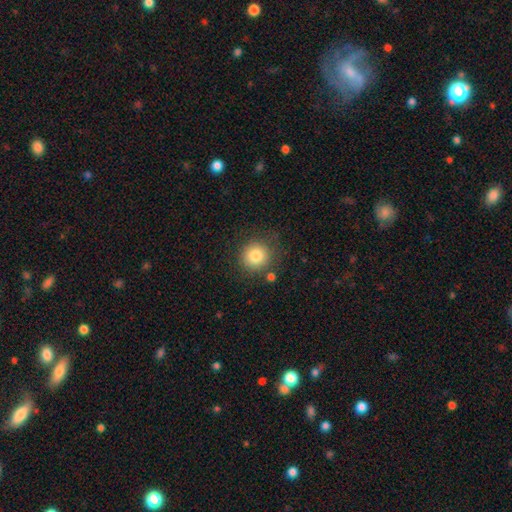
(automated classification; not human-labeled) smooth 83%, star or artifact 10%, featured or disk 7%. Down the decision tree: how rounded — round (93%); merging — none (81%).